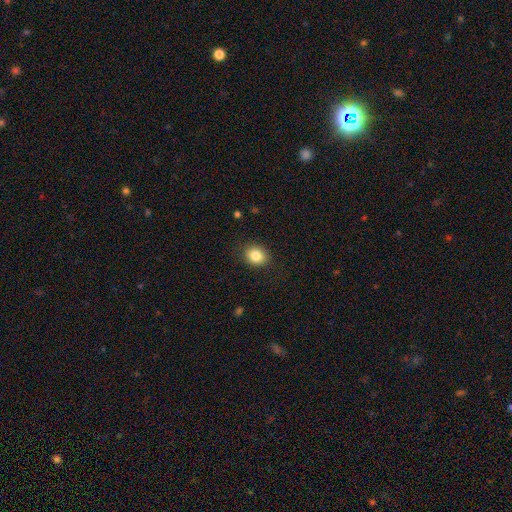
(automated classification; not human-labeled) smooth-or-featured: smooth: 84% | star or artifact: 10% | featured or disk: 6%
  how-rounded: round: 62% | in between: 37% | cigar-shaped: 1%
  merging: none: 88% | minor disturbance: 9% | major disturbance: 3% | merger: 1%